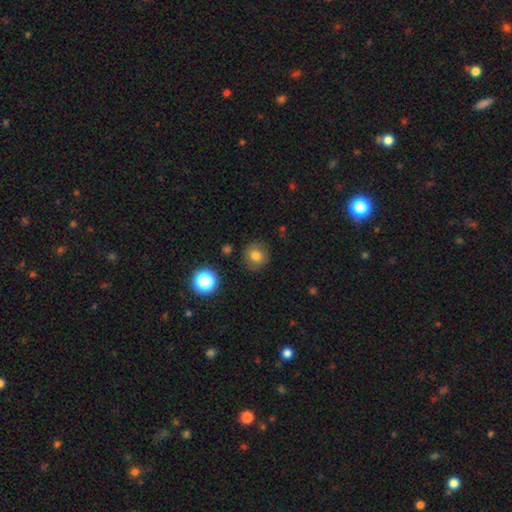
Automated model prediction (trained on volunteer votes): A smooth galaxy with no disk features (76%) that is round (90%). Merging: none (84%).